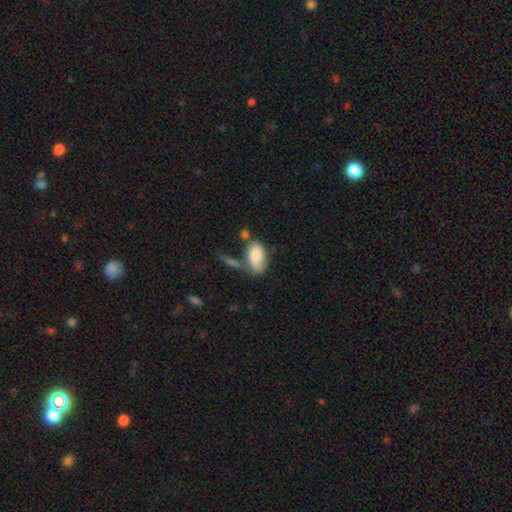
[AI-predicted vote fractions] A smooth galaxy with no disk features (74%) that is in between round and cigar-shaped (92%).

Vote fractions:
- Smooth or featured? smooth: 74% / featured or disk: 19% / star or artifact: 7%
- How rounded? in between: 92% / round: 5% / cigar-shaped: 3%
- Merging? none: 38% / minor disturbance: 25% / merger: 21% / major disturbance: 16%